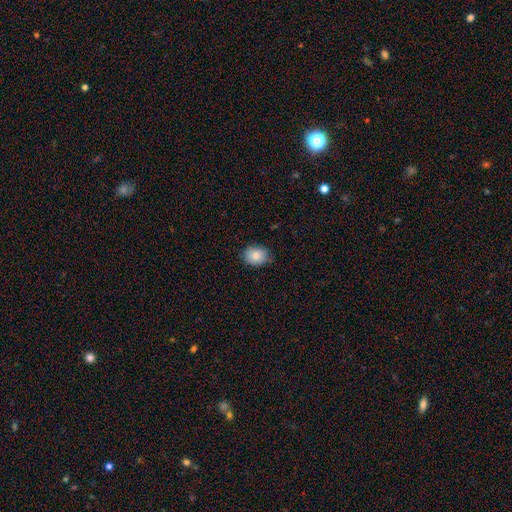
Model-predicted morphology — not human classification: smooth 87%, star or artifact 7%, featured or disk 6%. Down the decision tree: how rounded — in between (57%); merging — none (81%).